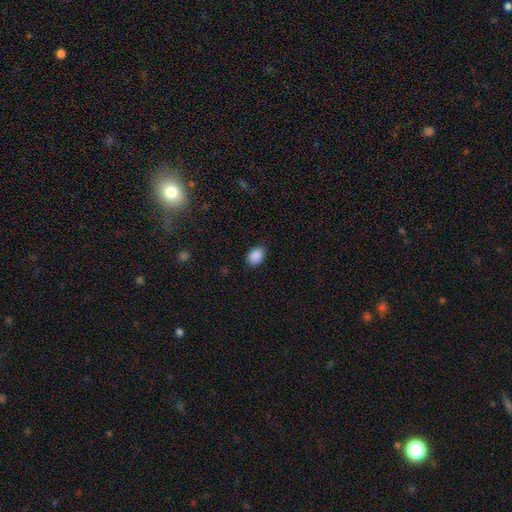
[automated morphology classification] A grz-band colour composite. It shows a smooth galaxy with no disk features (89%) that is in between round and cigar-shaped (77%). Merging: none (86%).